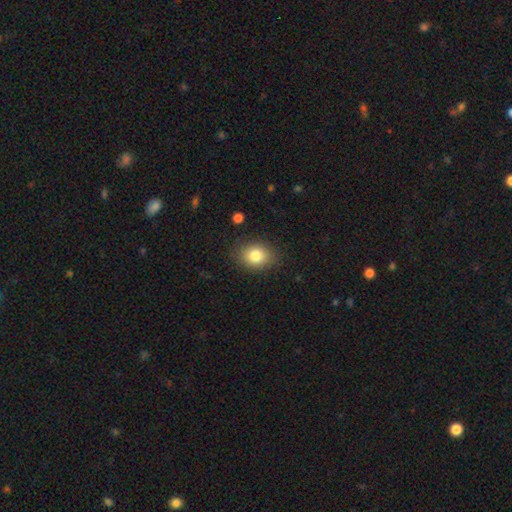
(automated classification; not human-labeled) Overall: smooth (81%). How rounded: in between (53%; round 46%). Merging: none (84%).